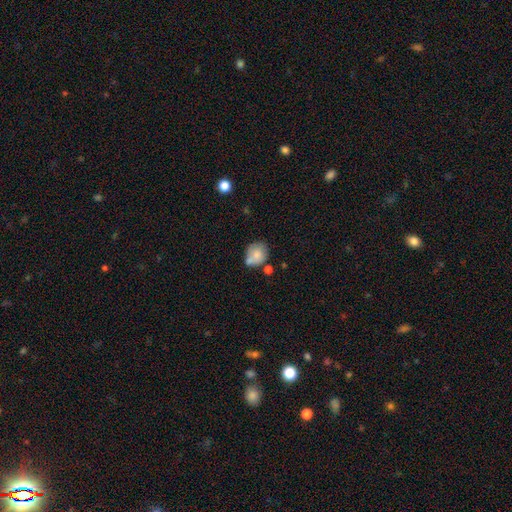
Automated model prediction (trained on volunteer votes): This is likely a smooth galaxy (75%). How rounded: likely round (61%). Merging: possibly none (46%).